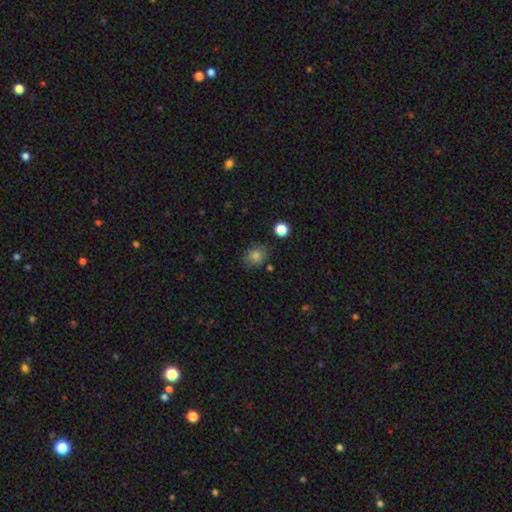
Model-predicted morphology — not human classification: Smooth or featured?
  - smooth: 81% *
  - star or artifact: 12%
  - featured or disk: 7%
How rounded?
  - round: 59% *
  - in between: 40%
  - cigar-shaped: 1%
Merging?
  - none: 82% *
  - minor disturbance: 12%
  - merger: 3%
  - major disturbance: 3%